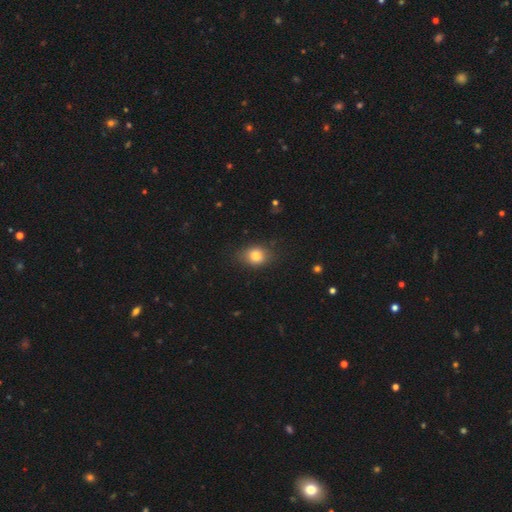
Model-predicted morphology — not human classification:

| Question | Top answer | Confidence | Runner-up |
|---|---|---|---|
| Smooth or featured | smooth | 80% | star or artifact (11%) |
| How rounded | in between | 53% | round (46%) |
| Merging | none | 78% | minor disturbance (17%) |